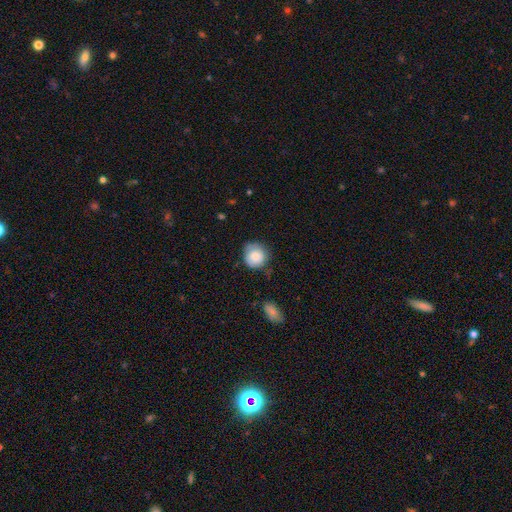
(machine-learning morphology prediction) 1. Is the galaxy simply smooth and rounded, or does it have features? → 83% smooth, 10% featured or disk, 8% star or artifact.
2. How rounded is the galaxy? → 88% round, 11% in between, 1% cigar-shaped.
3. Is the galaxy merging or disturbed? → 65% none, 26% minor disturbance, 6% major disturbance, 3% merger.